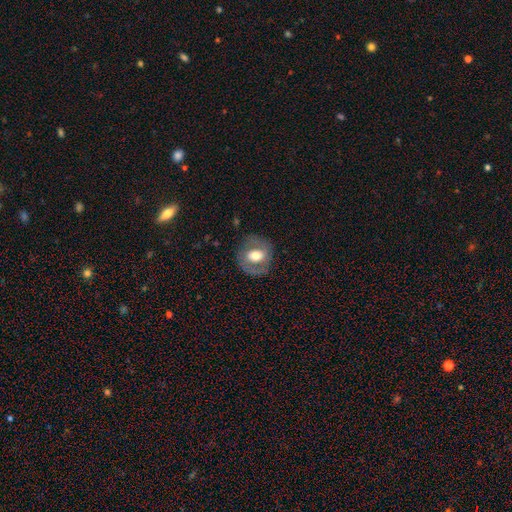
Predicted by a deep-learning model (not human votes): smooth-or-featured: featured or disk: 48% | smooth: 45% | star or artifact: 7%
  merging: none: 77% | minor disturbance: 14% | major disturbance: 8% | merger: 1%